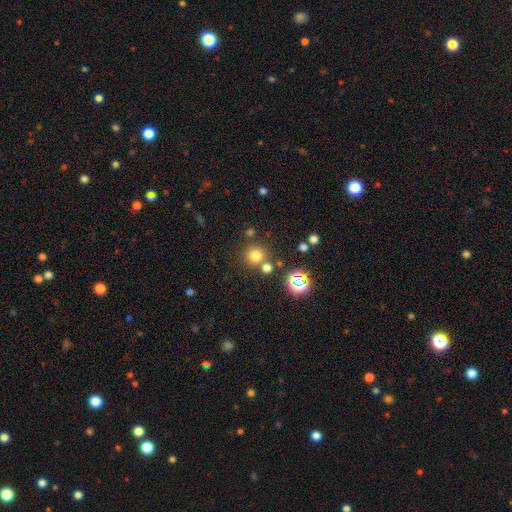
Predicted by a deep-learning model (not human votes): Q: Smooth or featured?
A: smooth (73%); runner-up: star or artifact (20%)
Q: How rounded?
A: round (93%); runner-up: in between (6%)
Q: Merging?
A: none (75%); runner-up: merger (14%)